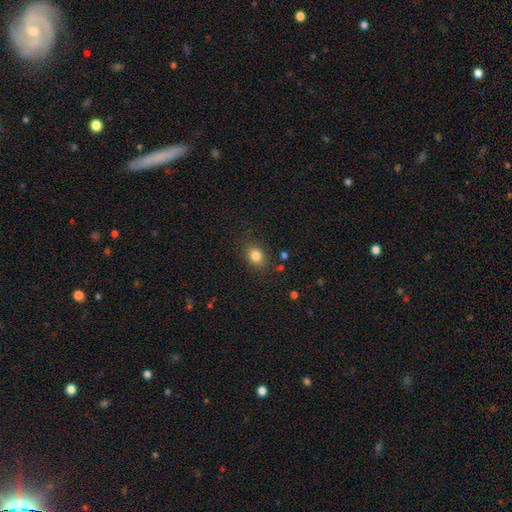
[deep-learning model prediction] This is clearly a smooth galaxy (83%). How rounded: possibly in between (52%). Merging: clearly none (83%).